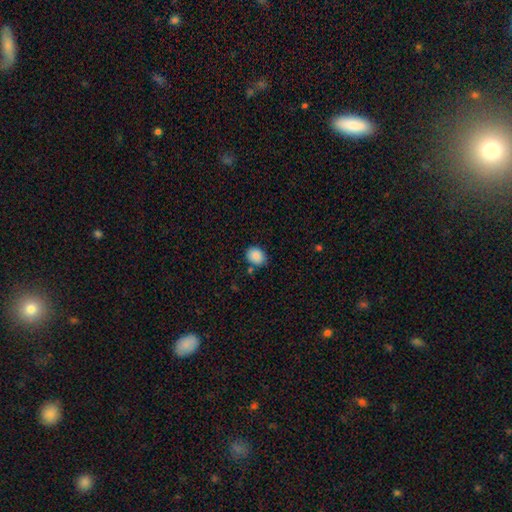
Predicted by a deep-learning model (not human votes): Smooth or featured: smooth — 88% (star or artifact — 8%)
How rounded: in between — 54% (round — 46%)
Merging: none — 75% (minor disturbance — 17%)